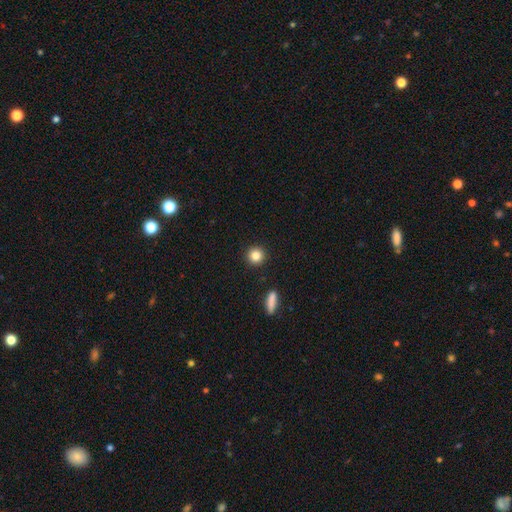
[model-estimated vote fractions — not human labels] smooth-or-featured: smooth: 84% | star or artifact: 11% | featured or disk: 6%
  how-rounded: round: 94% | in between: 5% | cigar-shaped: 1%
  merging: none: 92% | minor disturbance: 5% | major disturbance: 2% | merger: 2%